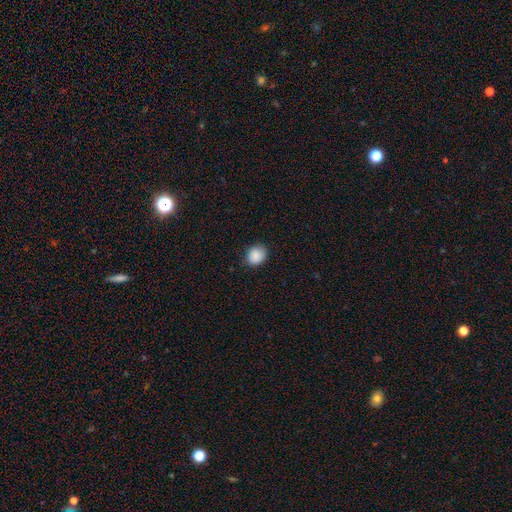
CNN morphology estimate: The model was most divided on "how rounded": round: 65%, in between: 34%, cigar-shaped: 1%. More confident: smooth or featured — smooth (88%); merging — none (82%).